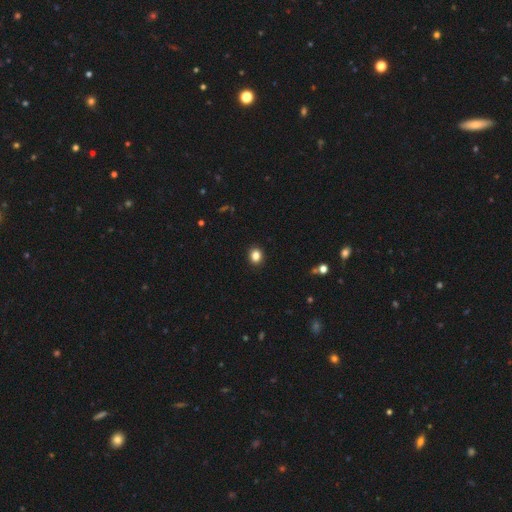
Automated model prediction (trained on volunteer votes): Smooth or featured? Predicted: smooth (p=0.85). How rounded? Predicted: round (p=0.58). Merging? Predicted: none (p=0.91).